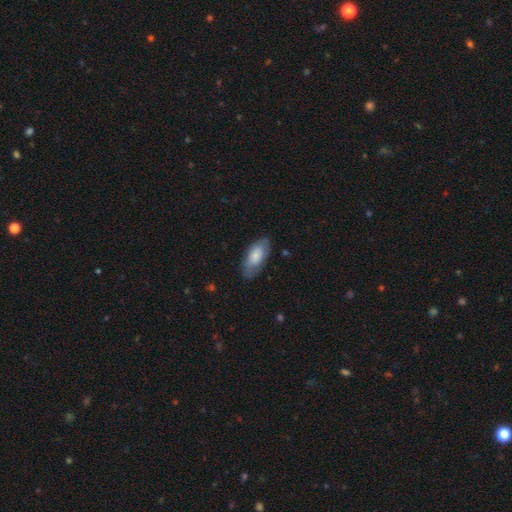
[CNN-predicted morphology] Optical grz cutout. It shows a smooth galaxy with no disk features (75%) that is in between round and cigar-shaped (89%). Merging: none (70%).